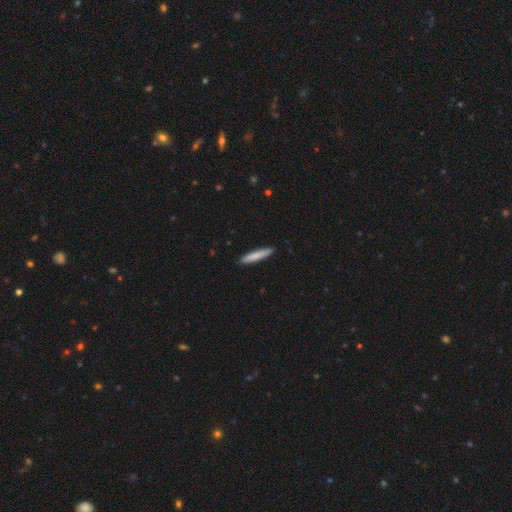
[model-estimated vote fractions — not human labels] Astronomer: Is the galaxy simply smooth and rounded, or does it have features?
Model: smooth — 81%.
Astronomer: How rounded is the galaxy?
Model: cigar-shaped — 92%.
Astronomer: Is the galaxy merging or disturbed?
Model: none — 91%.